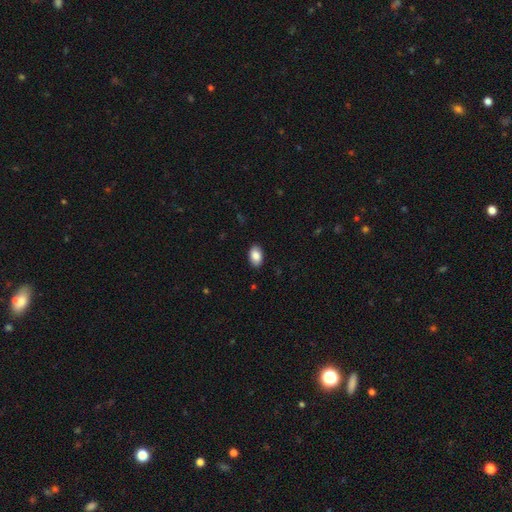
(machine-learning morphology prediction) smooth-or-featured: smooth: 88% | star or artifact: 7% | featured or disk: 5%
  how-rounded: in between: 91% | round: 8% | cigar-shaped: 1%
  merging: none: 89% | minor disturbance: 8% | major disturbance: 2% | merger: 1%